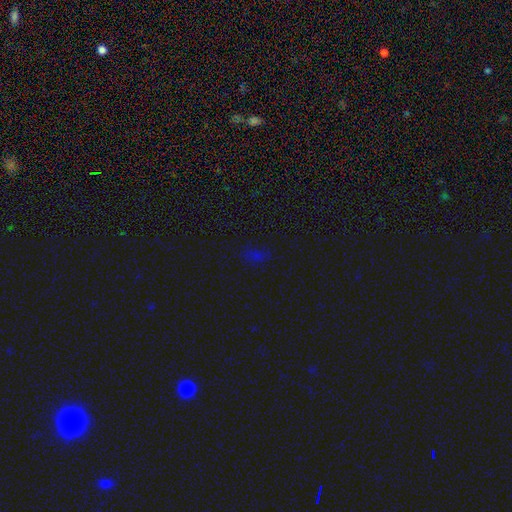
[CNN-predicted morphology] Smooth or featured?
  - star or artifact: 46% * (tied)
  - smooth: 46% * (tied)
  - featured or disk: 8%